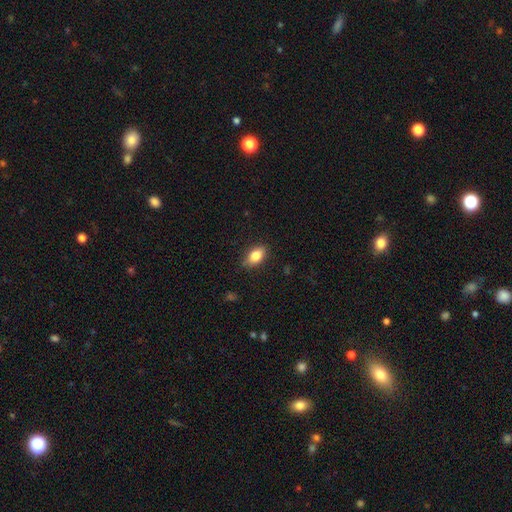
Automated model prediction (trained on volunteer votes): Smooth or featured?
  - smooth: 82% *
  - featured or disk: 10%
  - star or artifact: 8%
How rounded?
  - in between: 87% *
  - round: 9%
  - cigar-shaped: 4%
Merging?
  - none: 83% *
  - minor disturbance: 13%
  - major disturbance: 2%
  - merger: 1%